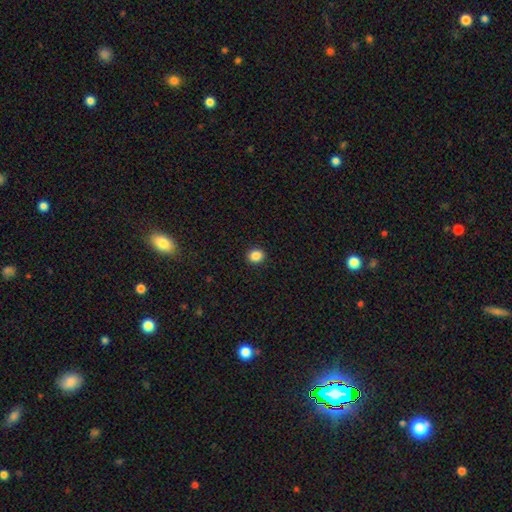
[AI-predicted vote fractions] smooth-or-featured: smooth: 87% | star or artifact: 10% | featured or disk: 3%
  how-rounded: round: 77% | in between: 22% | cigar-shaped: 1%
  merging: none: 92% | minor disturbance: 5% | major disturbance: 2% | merger: 1%